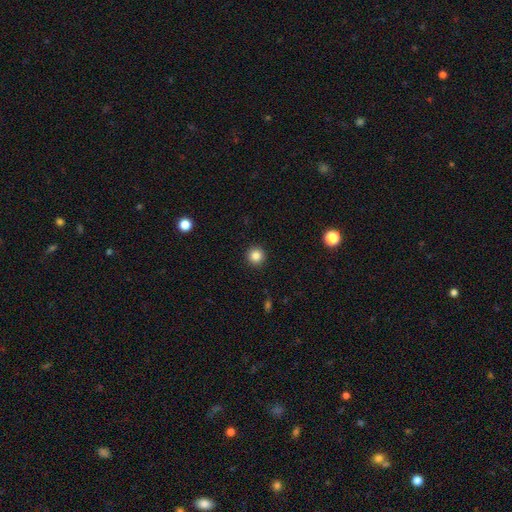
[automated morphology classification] This appears to be a smooth galaxy with no disk features (85%) that is round (96%). Merging: none (93%).